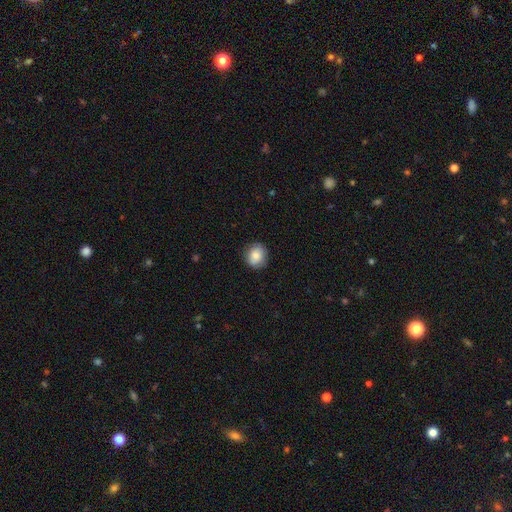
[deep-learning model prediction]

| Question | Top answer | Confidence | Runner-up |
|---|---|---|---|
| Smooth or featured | smooth | 82% | featured or disk (10%) |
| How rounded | round | 81% | in between (18%) |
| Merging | none | 85% | minor disturbance (11%) |